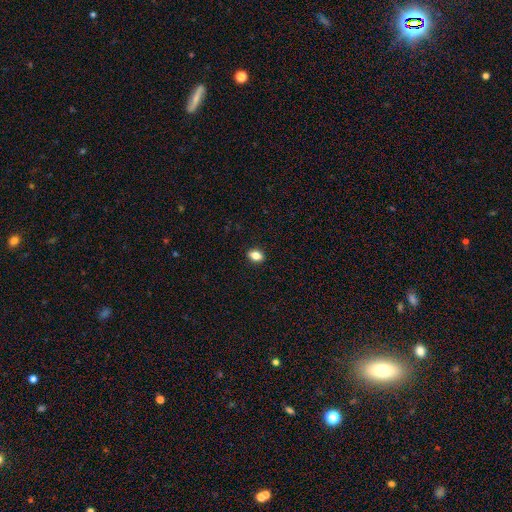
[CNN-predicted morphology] A smooth galaxy with no disk features (83%) that is in between round and cigar-shaped (80%). Merging: none (90%).